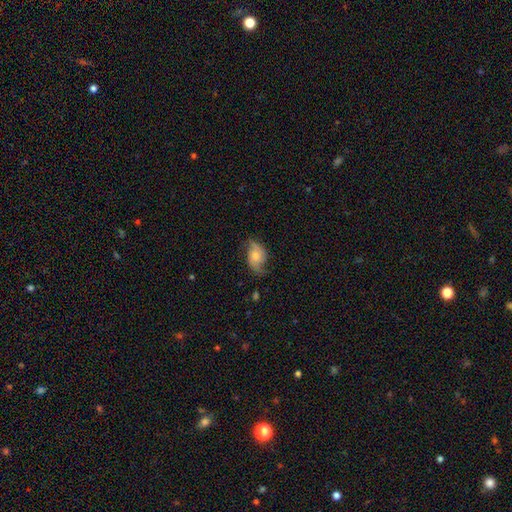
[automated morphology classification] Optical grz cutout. It shows a featured or disk galaxy (60%) with no bar (70%), 2 (87%) loose (59%) spiral arms (91%) and a moderate central bulge (42%). Merging: none (66%).